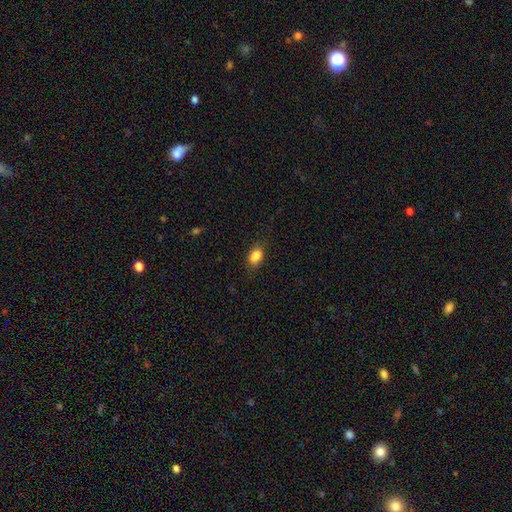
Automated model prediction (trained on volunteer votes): This is clearly a smooth galaxy (86%). How rounded: clearly in between (81%). Merging: clearly none (80%).